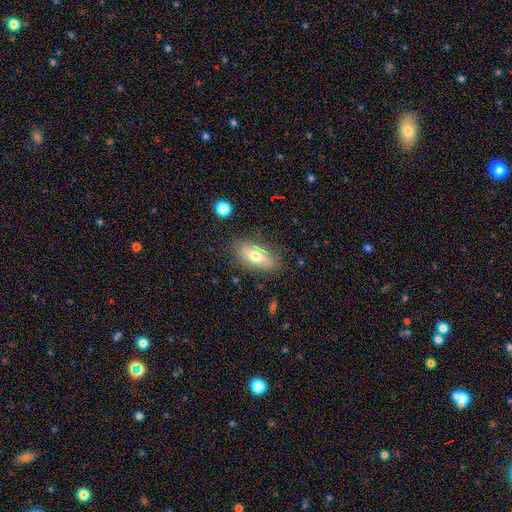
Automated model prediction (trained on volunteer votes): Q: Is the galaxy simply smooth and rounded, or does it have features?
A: smooth — 63%.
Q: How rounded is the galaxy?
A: in between — 85%.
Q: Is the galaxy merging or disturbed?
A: none — 79%.